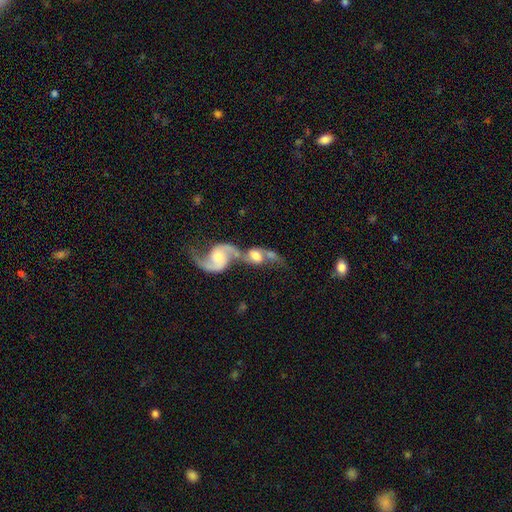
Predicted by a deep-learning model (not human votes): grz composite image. It shows a featured or disk galaxy (70%) with no bar (52%), 2 (84%) loose (70%) spiral arms (84%) and a moderate central bulge (47%). Merging: merger (77%).